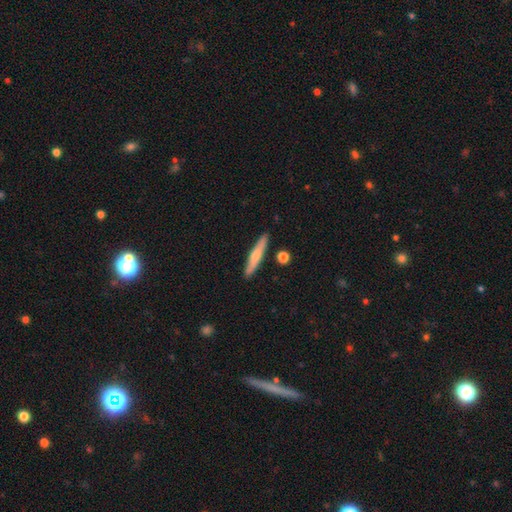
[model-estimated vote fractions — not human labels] smooth 60%, featured or disk 34%, star or artifact 6%. Down the decision tree: how rounded — cigar-shaped (92%); merging — none (87%).